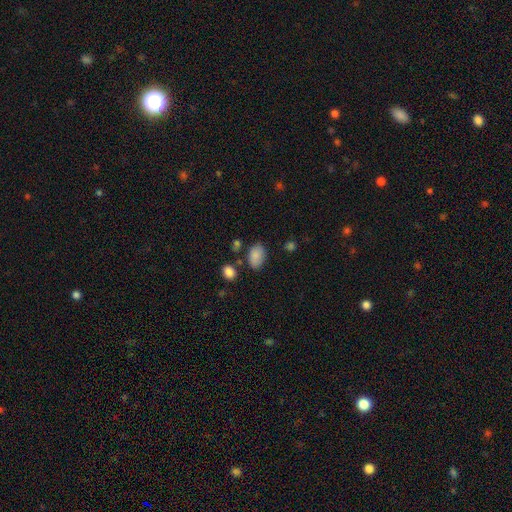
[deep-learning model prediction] Smooth or featured? smooth (87%)
How rounded? in between (88%)
Merging? none (75%)